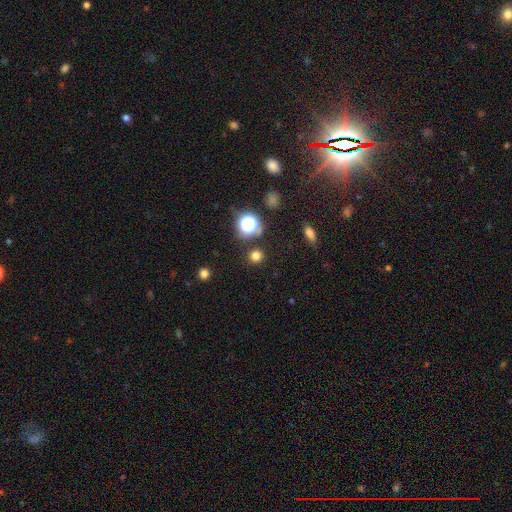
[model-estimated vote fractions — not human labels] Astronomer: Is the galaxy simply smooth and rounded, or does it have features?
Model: smooth — 74%.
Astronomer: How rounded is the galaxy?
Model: round — 91%.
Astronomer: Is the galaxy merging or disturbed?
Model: none — 89%.